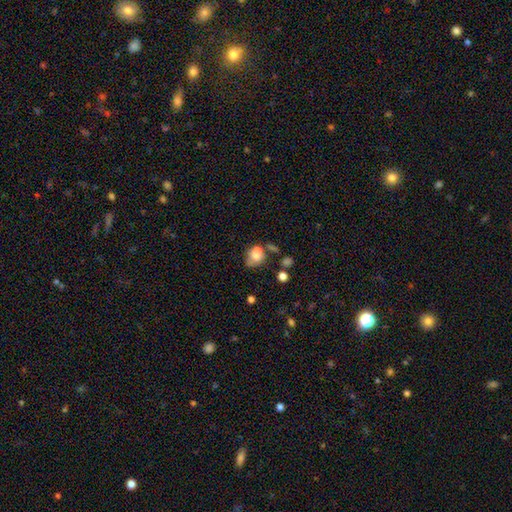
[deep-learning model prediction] Overall: smooth (71%). How rounded: in between (53%; round 46%). Merging: merger (34%; none 32%).